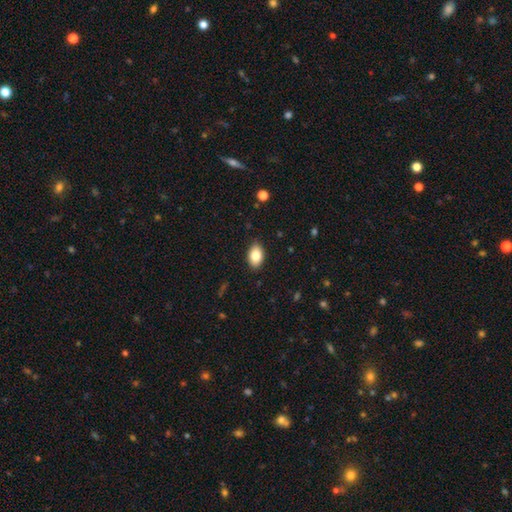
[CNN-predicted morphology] smooth_or_featured: smooth (p=0.83) [alt: featured or disk p=0.09]
how_rounded: in between (p=0.88) [alt: round p=0.10]
merging: none (p=0.86) [alt: minor disturbance p=0.11]